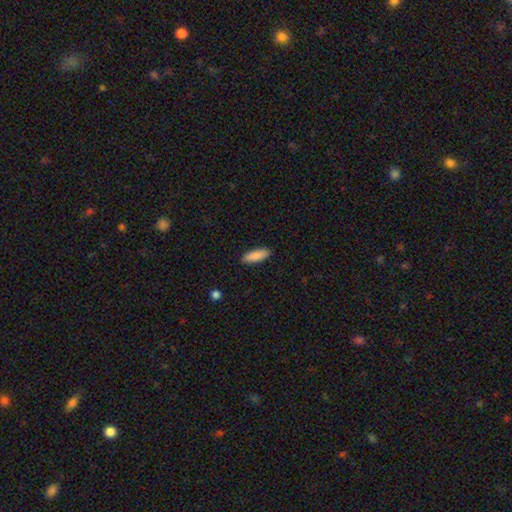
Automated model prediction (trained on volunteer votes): A smooth galaxy with no disk features (89%) that is in between round and cigar-shaped (63%).

Vote fractions:
- Smooth or featured? smooth: 89% / star or artifact: 6% / featured or disk: 6%
- How rounded? in between: 63% / cigar-shaped: 35% / round: 2%
- Merging? none: 89% / minor disturbance: 8% / major disturbance: 2% / merger: 1%